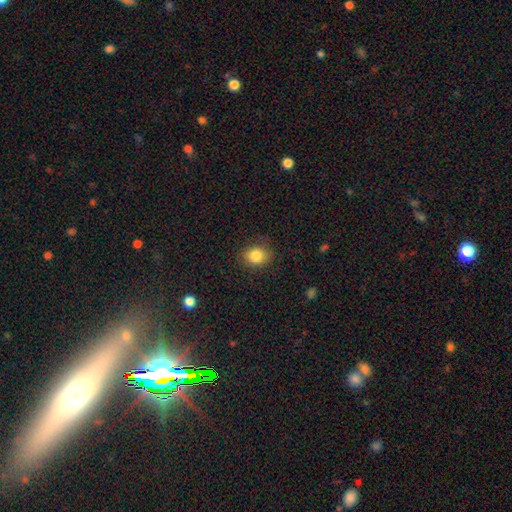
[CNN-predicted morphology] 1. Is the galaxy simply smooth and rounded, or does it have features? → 83% smooth, 10% star or artifact, 7% featured or disk.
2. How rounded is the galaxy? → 54% round, 45% in between, 1% cigar-shaped.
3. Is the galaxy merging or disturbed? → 81% none, 14% minor disturbance, 4% major disturbance, 1% merger.